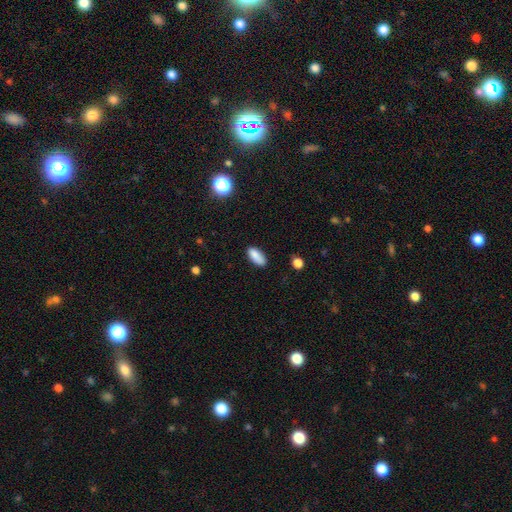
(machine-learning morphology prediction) smooth 87%, star or artifact 8%, featured or disk 6%. Down the decision tree: how rounded — in between (85%); merging — none (79%).